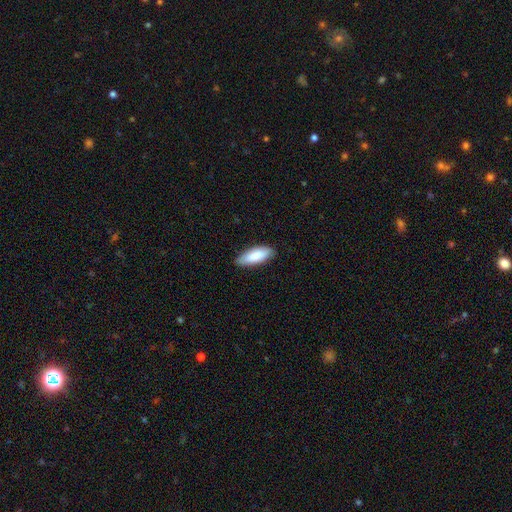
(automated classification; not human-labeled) Smooth or featured?
  - smooth: 86% *
  - featured or disk: 8%
  - star or artifact: 5%
How rounded?
  - in between: 73% *
  - cigar-shaped: 26%
  - round: 2%
Merging?
  - none: 84% *
  - minor disturbance: 13%
  - major disturbance: 2%
  - merger: 1%